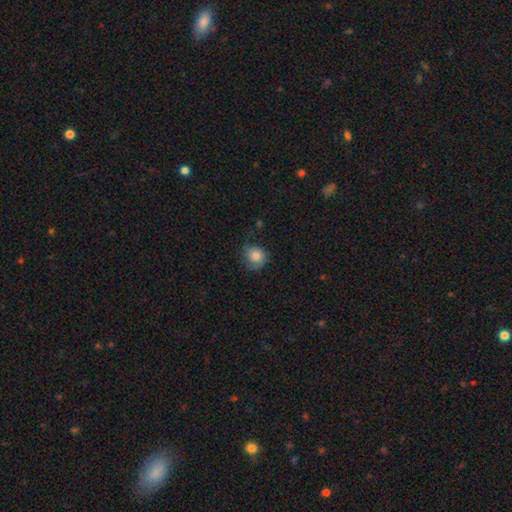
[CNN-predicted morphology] A smooth galaxy with no disk features (80%) that is round (84%). Merging: none (63%).